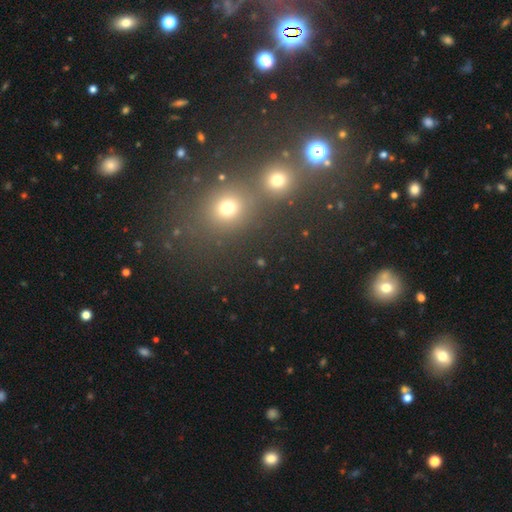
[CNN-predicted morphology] type=star or artifact (48%).